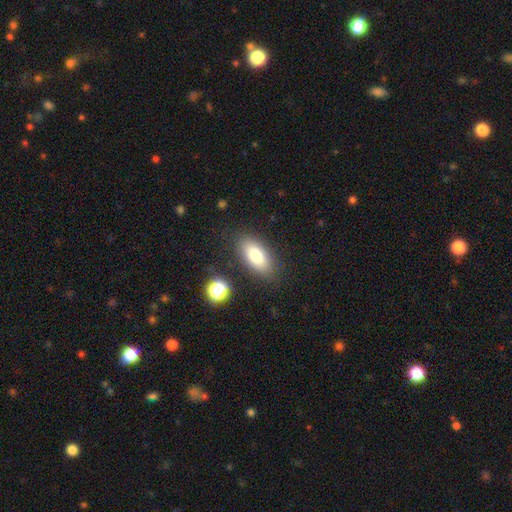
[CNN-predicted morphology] smooth-or-featured: smooth: 79% | featured or disk: 13% | star or artifact: 9%
  how-rounded: in between: 88% | cigar-shaped: 8% | round: 4%
  merging: none: 84% | minor disturbance: 11% | major disturbance: 3% | merger: 2%